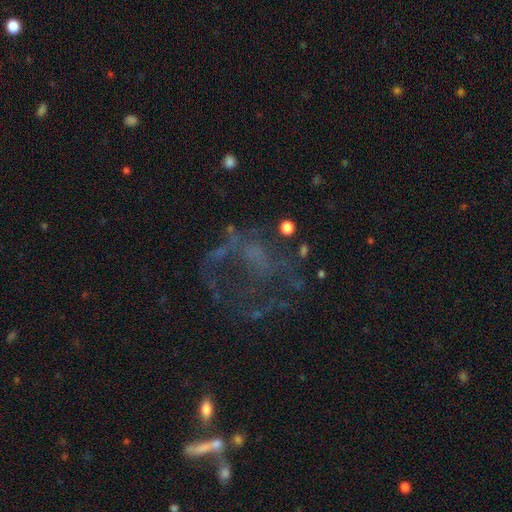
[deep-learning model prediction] Overall: featured or disk (56%; star or artifact 26%). Edge-on disk: no (97%). Bar: no (81%). Spiral arms: no (75%). Bulge size: none (66%). Merging: major disturbance (41%; none 40%).